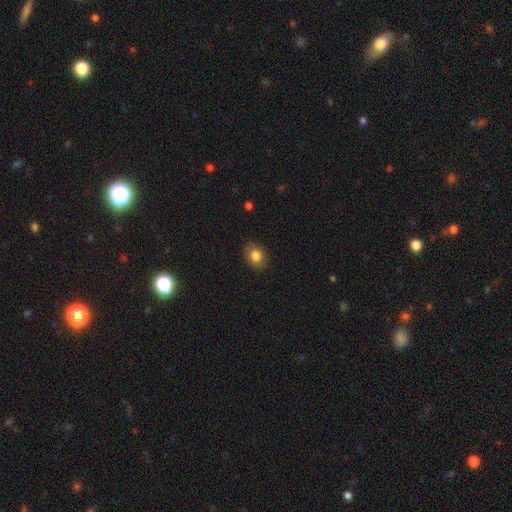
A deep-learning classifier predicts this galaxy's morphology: Smooth or featured: smooth — 82% (featured or disk — 9%)
How rounded: in between — 57% (round — 42%)
Merging: none — 84% (minor disturbance — 12%)